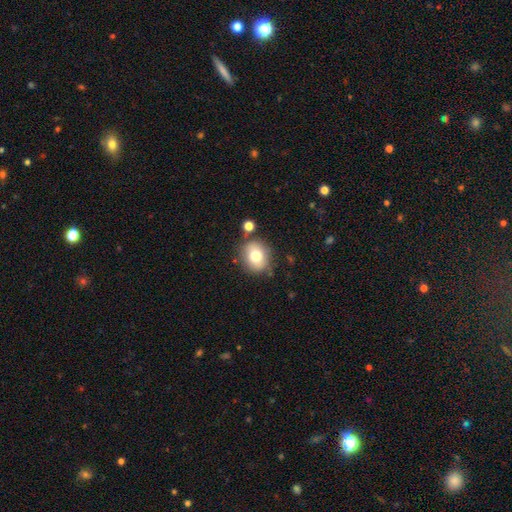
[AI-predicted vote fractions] Morphology: type=smooth (76%); roundness=round (71%); merging=none (77%).